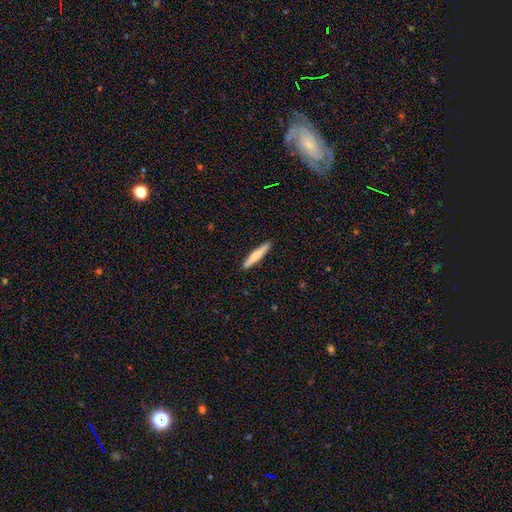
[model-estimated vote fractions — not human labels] This appears to be a smooth galaxy with no disk features (71%) that is cigar-shaped (93%). Merging: none (91%).